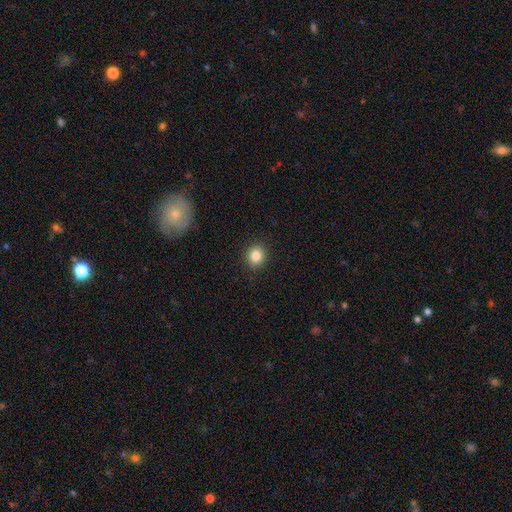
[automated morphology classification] This appears to be a smooth galaxy with no disk features (85%) that is round (83%). Merging: none (91%).